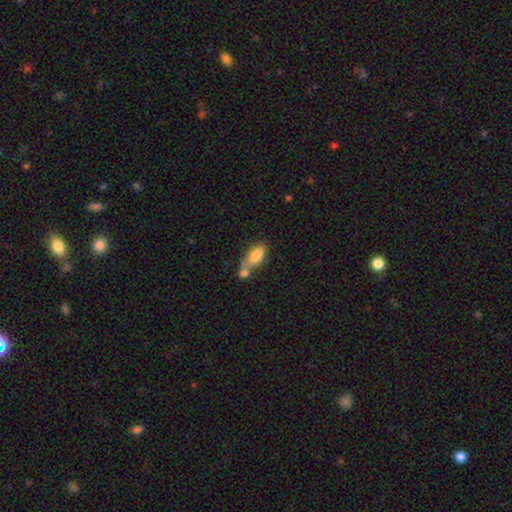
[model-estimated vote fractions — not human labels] Smooth or featured?
  - smooth: 79% *
  - featured or disk: 13%
  - star or artifact: 7%
How rounded?
  - in between: 87% *
  - cigar-shaped: 9%
  - round: 4%
Merging?
  - merger: 48% *
  - none: 31%
  - minor disturbance: 14%
  - major disturbance: 7%